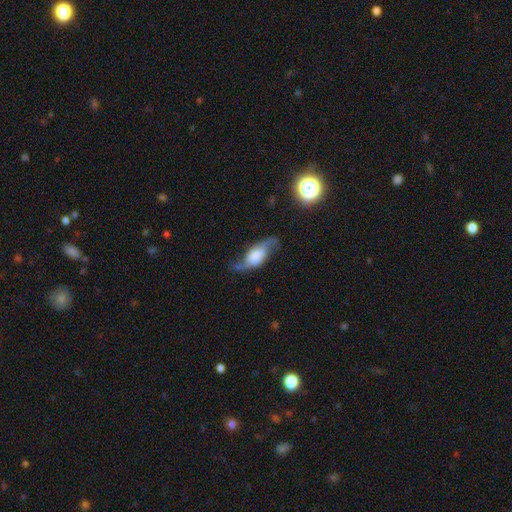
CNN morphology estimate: A featured or disk galaxy (68%) with no bar (55%), 2 (90%) loose (78%) spiral arms (91%) and a large central bulge (25%). Merging: none (60%).